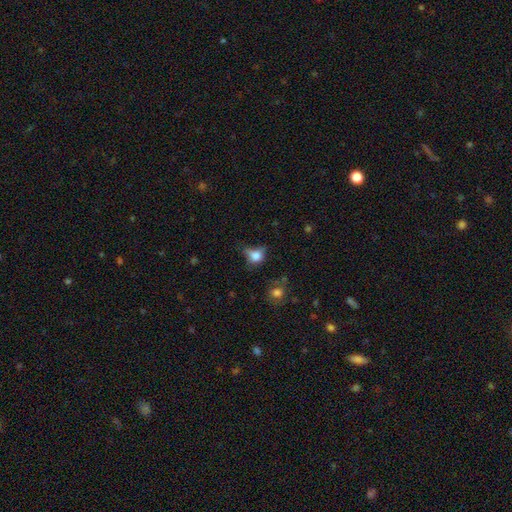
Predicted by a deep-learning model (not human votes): Q: Smooth or featured?
A: smooth (72%); runner-up: featured or disk (15%)
Q: How rounded?
A: round (51%); runner-up: in between (46%)
Q: Merging?
A: none (36%); runner-up: minor disturbance (32%)